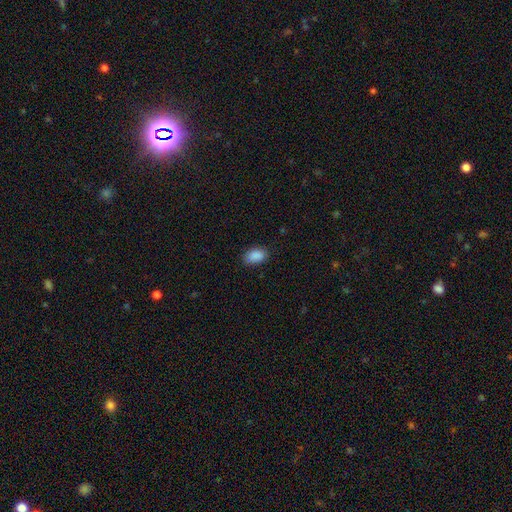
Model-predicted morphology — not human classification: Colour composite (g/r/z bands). It shows a smooth galaxy with no disk features (88%) that is in between round and cigar-shaped (87%). Merging: none (78%).